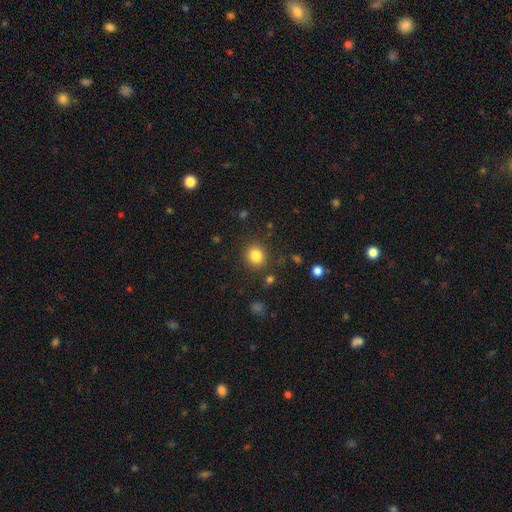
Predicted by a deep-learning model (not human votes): Overall: smooth (83%). How rounded: round (85%). Merging: none (86%).